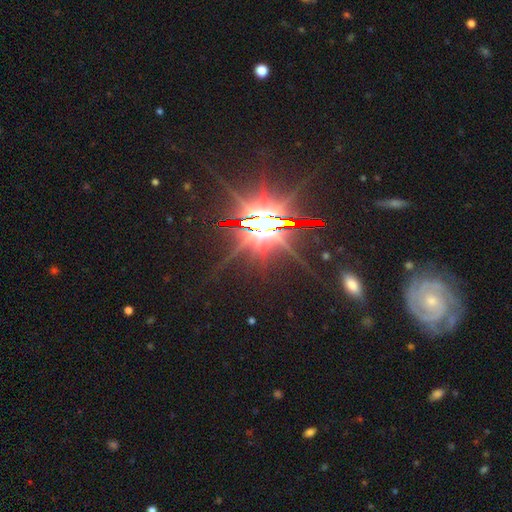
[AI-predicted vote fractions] Q: Smooth or featured?
A: star or artifact (73%); runner-up: featured or disk (20%)